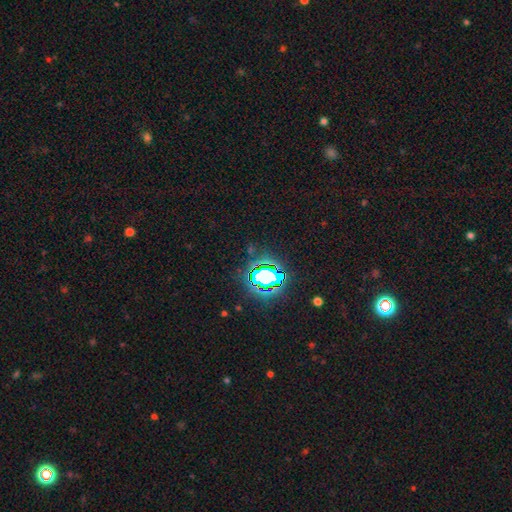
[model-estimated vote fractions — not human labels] smooth_or_featured: star or artifact (p=0.82) [alt: smooth p=0.11]